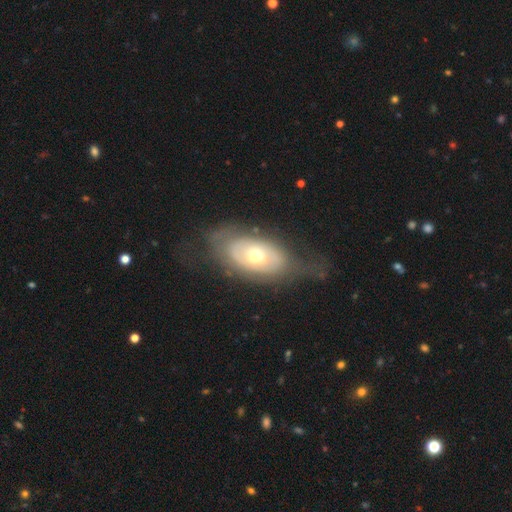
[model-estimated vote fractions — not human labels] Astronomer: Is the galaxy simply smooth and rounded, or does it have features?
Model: featured or disk — 56% (runner-up: smooth, 37%).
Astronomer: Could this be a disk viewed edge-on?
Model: no — 89%.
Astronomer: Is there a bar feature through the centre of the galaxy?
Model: no — 87%.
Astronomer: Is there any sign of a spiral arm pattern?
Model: no — 69%.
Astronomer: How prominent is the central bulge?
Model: moderate — 67%.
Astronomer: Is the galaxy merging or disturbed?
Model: none — 55%.